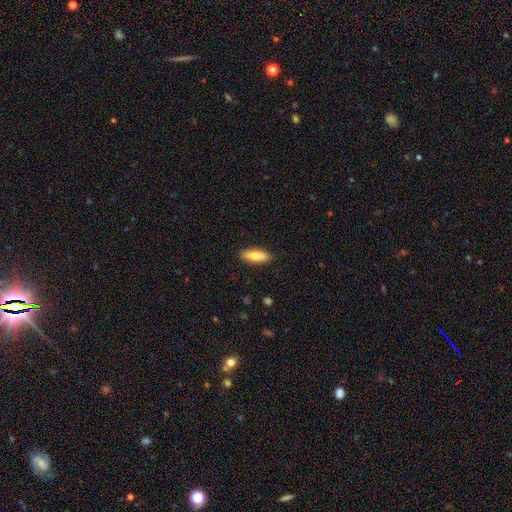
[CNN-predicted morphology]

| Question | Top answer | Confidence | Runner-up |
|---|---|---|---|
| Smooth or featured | smooth | 73% | featured or disk (21%) |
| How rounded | in between | 67% | cigar-shaped (31%) |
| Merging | none | 87% | minor disturbance (10%) |